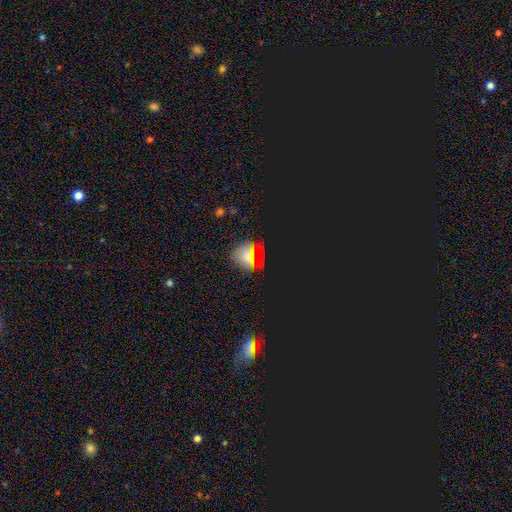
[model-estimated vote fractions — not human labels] smooth_or_featured: star or artifact (p=0.56) [alt: smooth p=0.36]